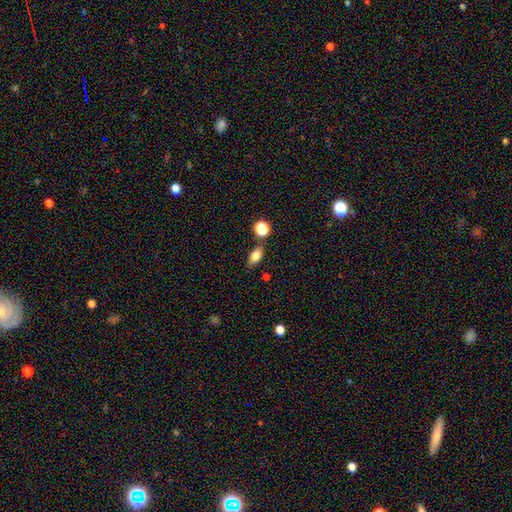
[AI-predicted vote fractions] Smooth or featured? smooth (80%)
How rounded? in between (80%)
Merging? none (74%)